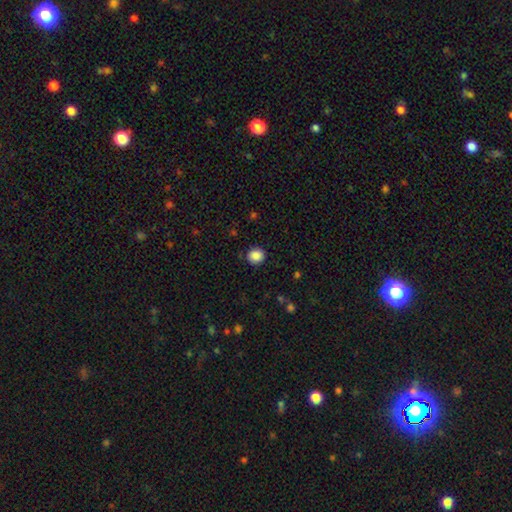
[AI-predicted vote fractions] Smooth or featured? smooth (88%)
How rounded? round (83%)
Merging? none (89%)